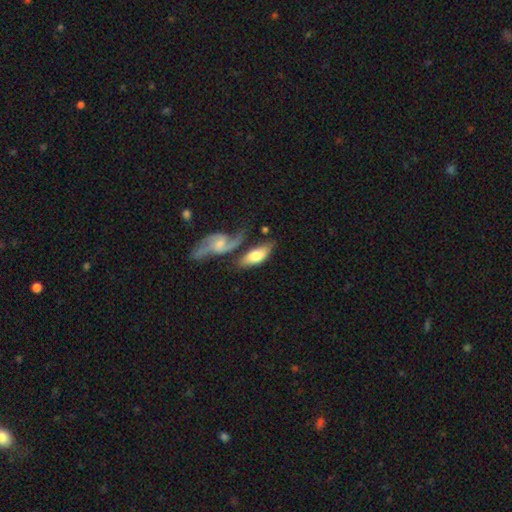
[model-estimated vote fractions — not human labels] This is possibly a smooth galaxy (58%). How rounded: clearly in between (82%). Merging: marginally none (42%).